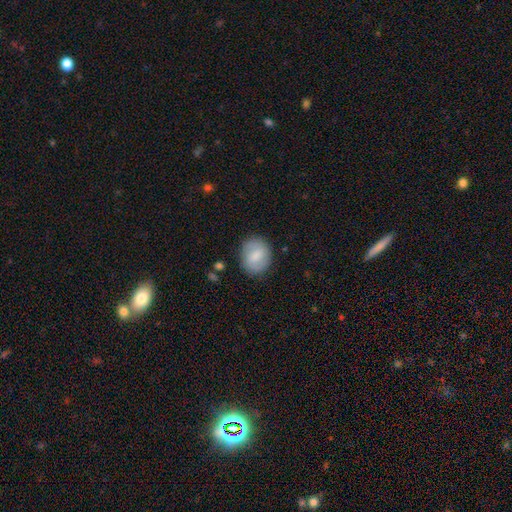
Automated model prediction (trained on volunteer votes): Smooth or featured?
  - smooth: 70% *
  - featured or disk: 24%
  - star or artifact: 7%
How rounded?
  - round: 55% *
  - in between: 44%
  - cigar-shaped: 1%
Merging?
  - none: 82% *
  - minor disturbance: 12%
  - major disturbance: 4%
  - merger: 2%